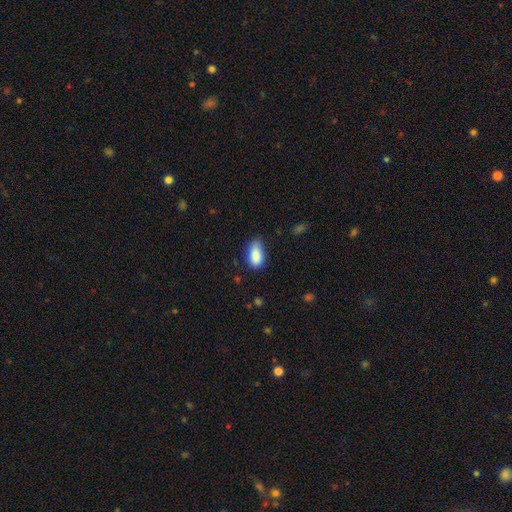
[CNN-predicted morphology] Q: Smooth or featured?
A: smooth (87%); runner-up: star or artifact (8%)
Q: How rounded?
A: in between (92%); runner-up: round (5%)
Q: Merging?
A: none (59%); runner-up: minor disturbance (32%)